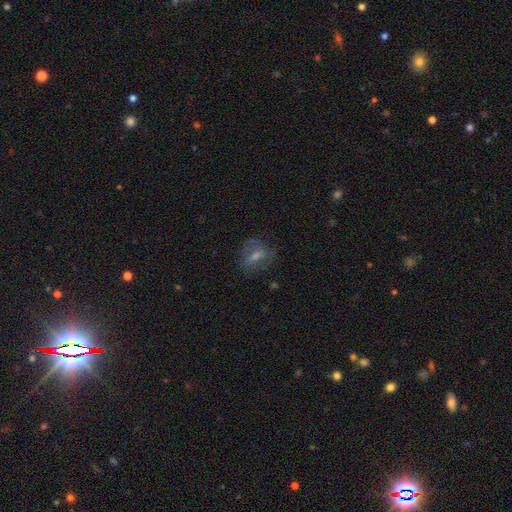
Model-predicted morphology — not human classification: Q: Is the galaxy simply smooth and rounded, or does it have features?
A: featured or disk — 41%.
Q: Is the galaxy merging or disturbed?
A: none — 68%.